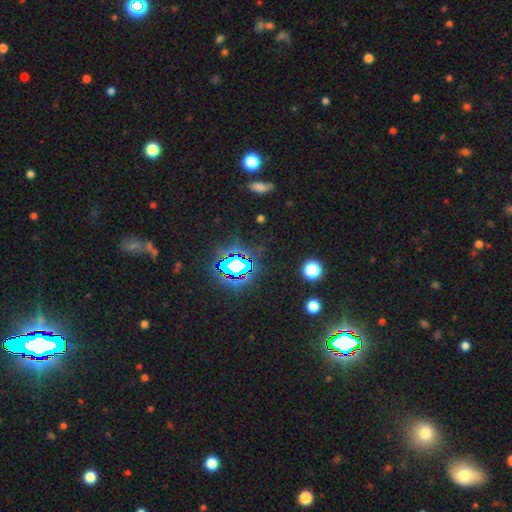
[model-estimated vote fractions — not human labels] Smooth or featured: star or artifact — 82% (smooth — 11%)